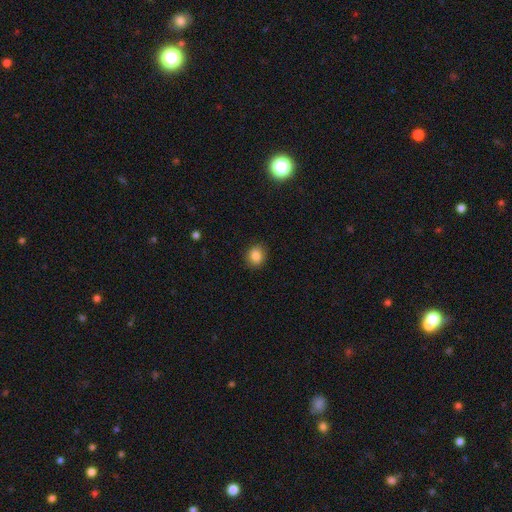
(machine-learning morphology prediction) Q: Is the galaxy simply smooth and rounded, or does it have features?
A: smooth — 85%.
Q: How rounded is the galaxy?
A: round — 63%.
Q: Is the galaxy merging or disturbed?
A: none — 87%.